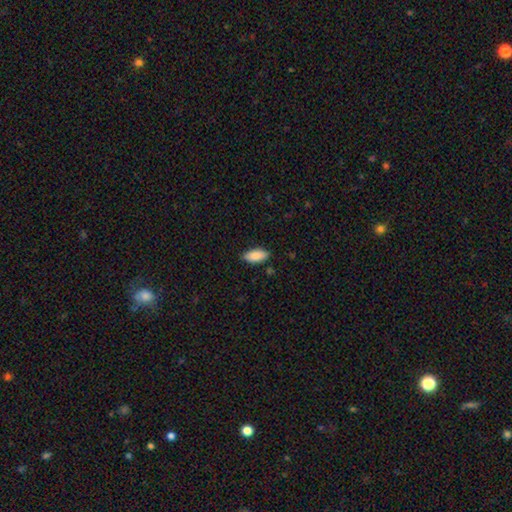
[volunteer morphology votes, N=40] Q: Smooth or featured?
A: smooth (88%); runner-up: star or artifact (8%)
Q: How rounded?
A: in between (100%)
Q: Merging?
A: none (81%); runner-up: minor disturbance (14%)